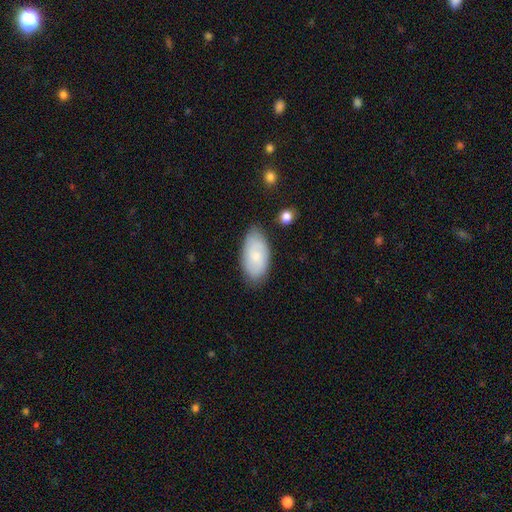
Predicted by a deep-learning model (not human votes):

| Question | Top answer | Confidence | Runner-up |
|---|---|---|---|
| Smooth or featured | smooth | 65% | featured or disk (28%) |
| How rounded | in between | 94% | round (3%) |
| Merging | none | 77% | minor disturbance (18%) |